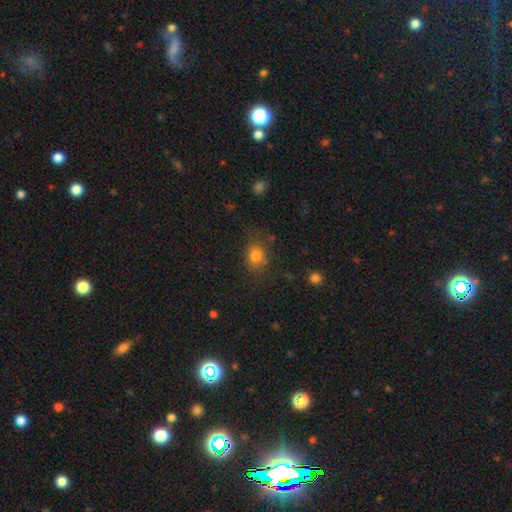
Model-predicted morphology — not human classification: Smooth or featured?
  - smooth: 79% *
  - star or artifact: 13%
  - featured or disk: 8%
How rounded?
  - round: 52% *
  - in between: 47%
  - cigar-shaped: 1%
Merging?
  - none: 71% *
  - minor disturbance: 19%
  - major disturbance: 7%
  - merger: 3%